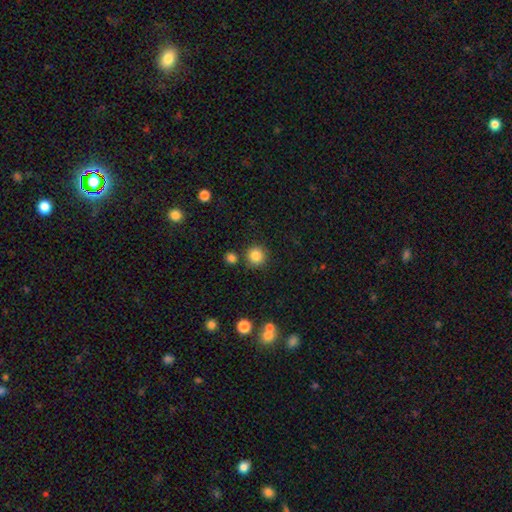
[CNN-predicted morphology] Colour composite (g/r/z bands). It shows a smooth galaxy with no disk features (84%) that is round (94%). Merging: none (83%).